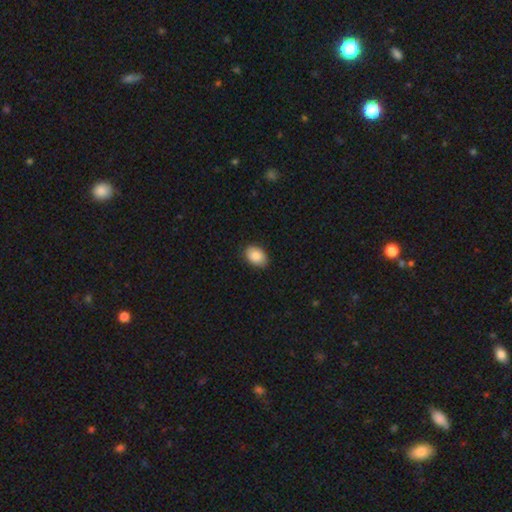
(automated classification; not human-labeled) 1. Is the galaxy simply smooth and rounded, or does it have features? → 88% smooth, 7% star or artifact, 5% featured or disk.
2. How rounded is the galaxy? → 83% in between, 16% round, 1% cigar-shaped.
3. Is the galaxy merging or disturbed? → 87% none, 11% minor disturbance, 2% major disturbance, 1% merger.